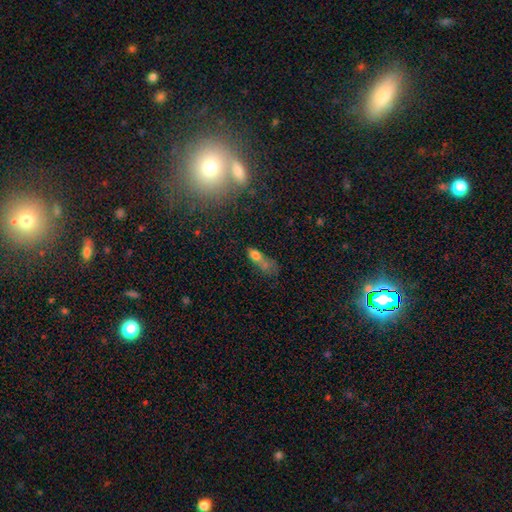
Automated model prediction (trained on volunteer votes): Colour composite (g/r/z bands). It shows a smooth galaxy with no disk features (66%) that is in between round and cigar-shaped (66%). Merging: merger (37%).